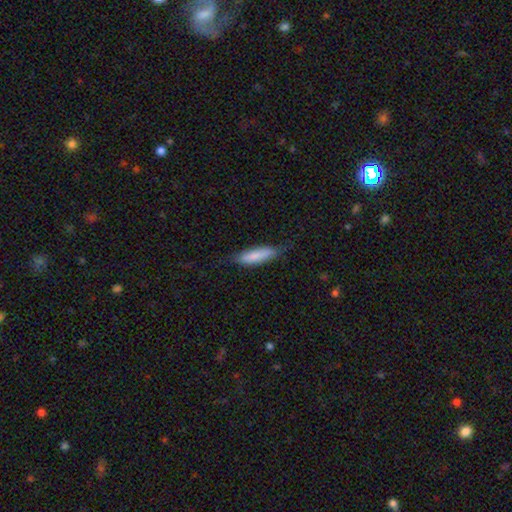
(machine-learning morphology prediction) smooth-or-featured: smooth: 79% | featured or disk: 16% | star or artifact: 6%
  how-rounded: cigar-shaped: 63% | in between: 36% | round: 2%
  merging: none: 71% | minor disturbance: 22% | major disturbance: 5% | merger: 1%